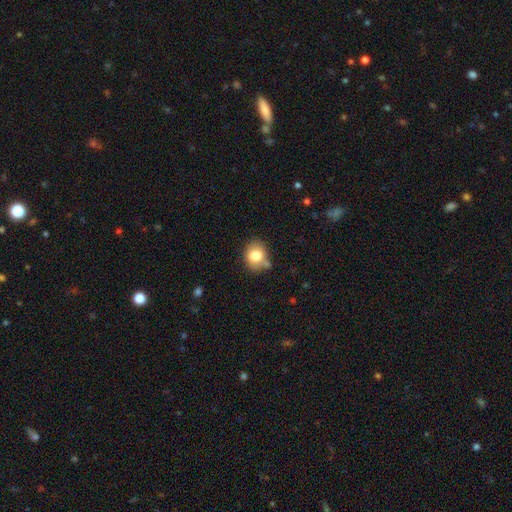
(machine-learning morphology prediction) type=smooth (78%); roundness=round (59%); merging=none (65%).